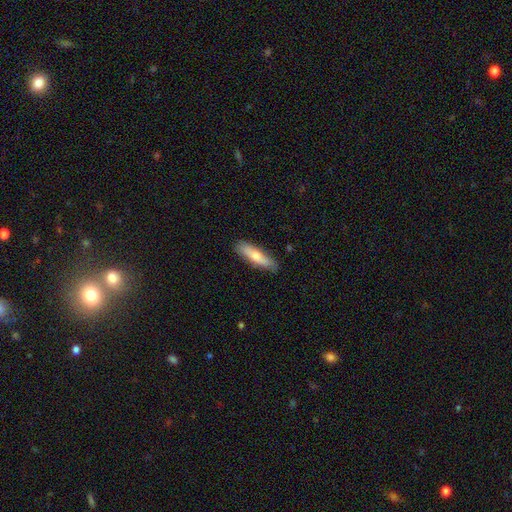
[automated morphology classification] Overall: smooth (65%; featured or disk 30%). How rounded: cigar-shaped (70%). Merging: none (82%).